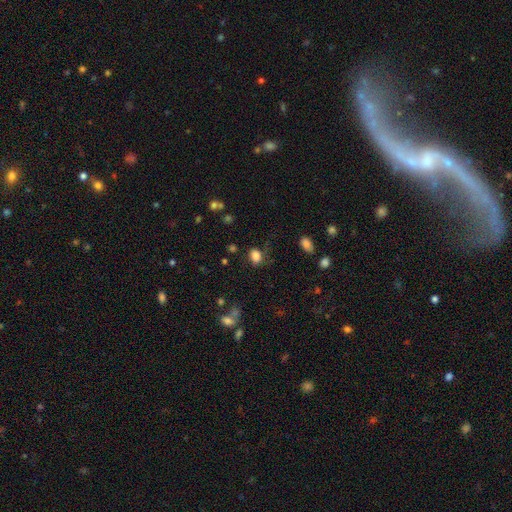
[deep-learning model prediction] Overall: smooth (83%). How rounded: in between (72%). Merging: none (71%).